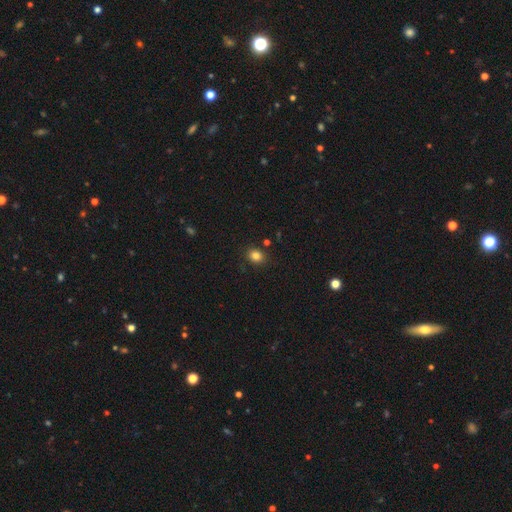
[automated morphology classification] A smooth galaxy with no disk features (83%) that is round (58%).

Vote fractions:
- Smooth or featured? smooth: 83% / star or artifact: 12% / featured or disk: 5%
- How rounded? round: 58% / in between: 41% / cigar-shaped: 1%
- Merging? none: 85% / minor disturbance: 9% / major disturbance: 3% / merger: 3%